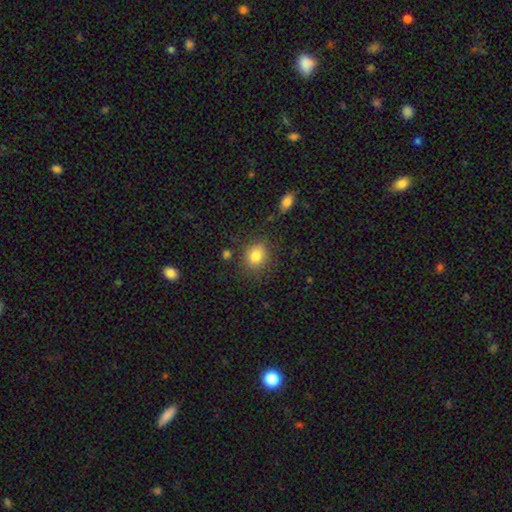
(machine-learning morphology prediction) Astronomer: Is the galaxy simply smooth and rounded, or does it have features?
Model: smooth — 84%.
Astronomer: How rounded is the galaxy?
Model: round — 62%.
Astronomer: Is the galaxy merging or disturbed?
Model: none — 79%.